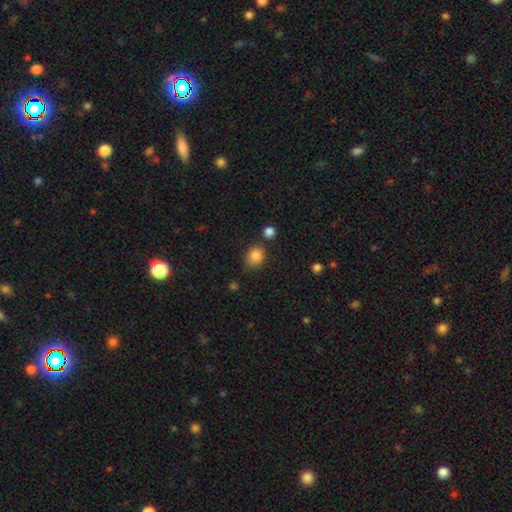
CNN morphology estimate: The model was most divided on "how rounded": round: 68%, in between: 31%, cigar-shaped: 1%. More confident: smooth or featured — smooth (85%); merging — none (74%).